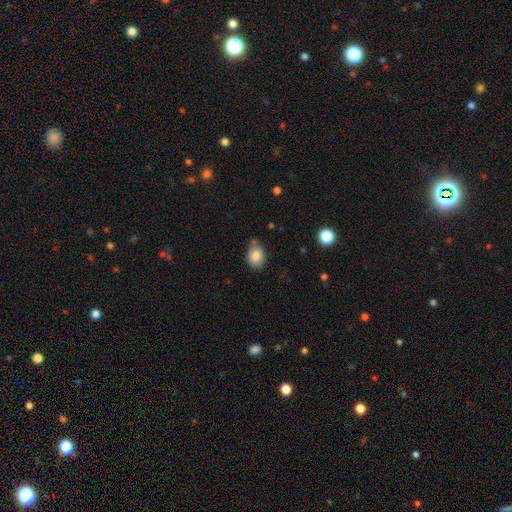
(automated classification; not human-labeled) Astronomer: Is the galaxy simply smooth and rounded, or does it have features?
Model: smooth — 85%.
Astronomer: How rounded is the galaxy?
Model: in between — 63%.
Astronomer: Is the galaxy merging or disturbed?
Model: none — 64%.